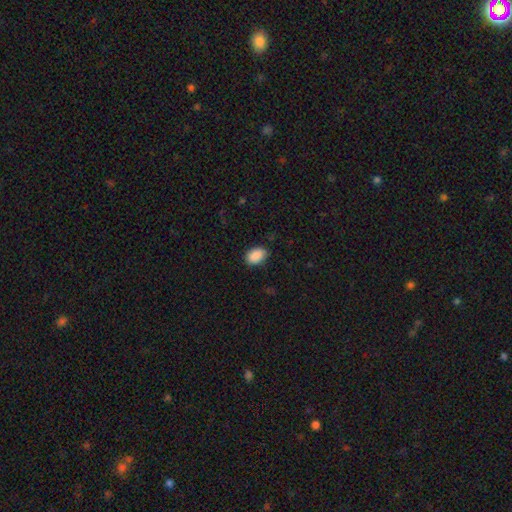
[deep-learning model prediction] This is clearly a smooth galaxy (90%). How rounded: clearly in between (85%). Merging: clearly none (85%).